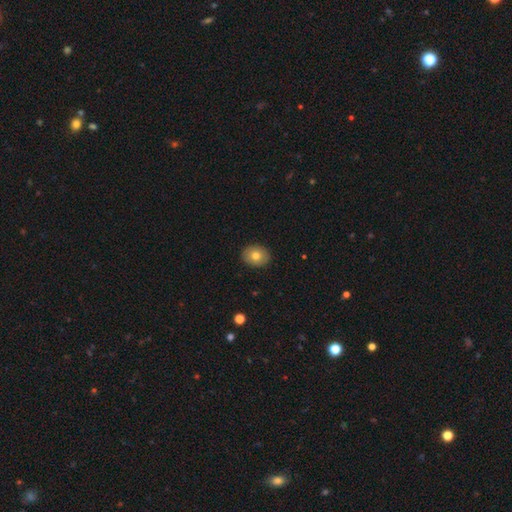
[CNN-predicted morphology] smooth 77%, featured or disk 15%, star or artifact 8%. Down the decision tree: how rounded — in between (52%); merging — none (90%).